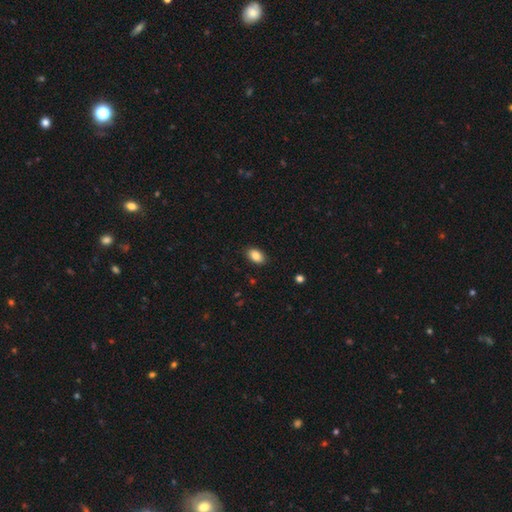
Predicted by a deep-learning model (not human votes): Q: Smooth or featured?
A: smooth (86%); runner-up: star or artifact (8%)
Q: How rounded?
A: in between (89%); runner-up: round (9%)
Q: Merging?
A: none (88%); runner-up: minor disturbance (9%)